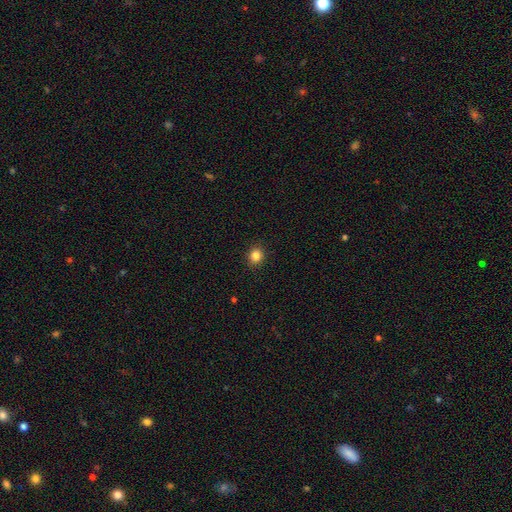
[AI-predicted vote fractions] A smooth galaxy with no disk features (84%) that is round (80%).

Vote fractions:
- Smooth or featured? smooth: 84% / star or artifact: 11% / featured or disk: 4%
- How rounded? round: 80% / in between: 19% / cigar-shaped: 1%
- Merging? none: 92% / minor disturbance: 6% / major disturbance: 2% / merger: 1%